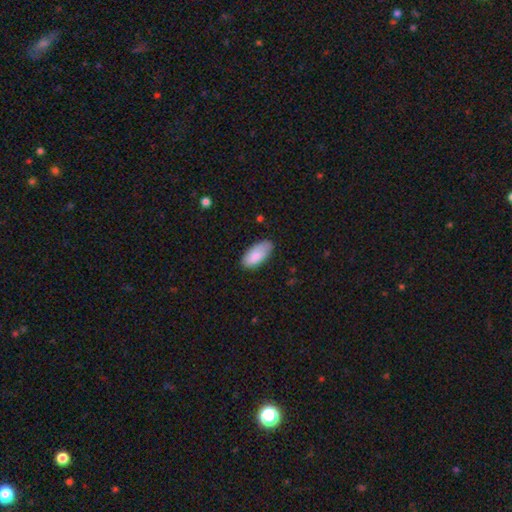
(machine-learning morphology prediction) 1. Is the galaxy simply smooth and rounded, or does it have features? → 84% smooth, 10% featured or disk, 6% star or artifact.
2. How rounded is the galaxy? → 92% in between, 6% cigar-shaped, 2% round.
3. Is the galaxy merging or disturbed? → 75% none, 20% minor disturbance, 3% major disturbance, 1% merger.